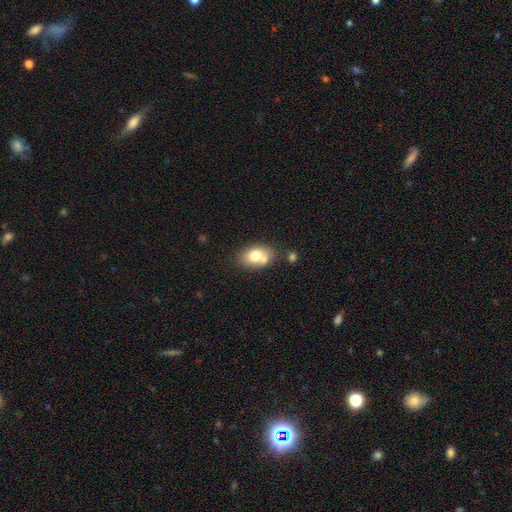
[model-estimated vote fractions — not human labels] This is likely a smooth galaxy (72%). How rounded: likely in between (79%). Merging: possibly none (52%).